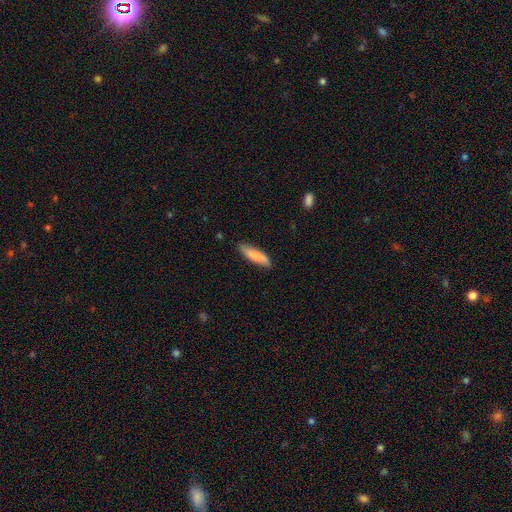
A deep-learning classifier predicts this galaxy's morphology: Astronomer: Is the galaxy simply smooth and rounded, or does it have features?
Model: smooth — 81%.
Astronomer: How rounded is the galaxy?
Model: cigar-shaped — 67%.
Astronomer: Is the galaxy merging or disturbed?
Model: none — 81%.